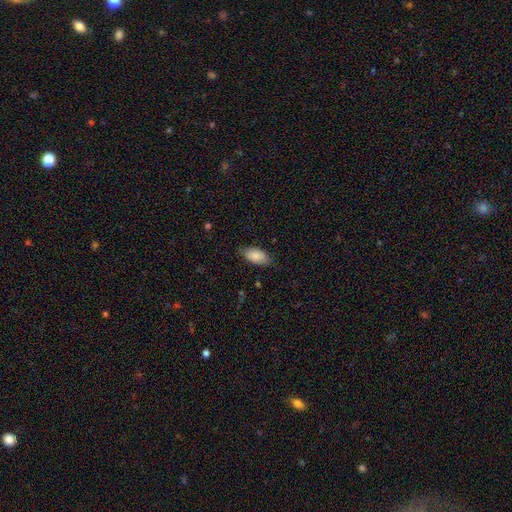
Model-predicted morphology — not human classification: This is clearly a smooth galaxy (85%). How rounded: clearly in between (93%). Merging: likely none (79%).